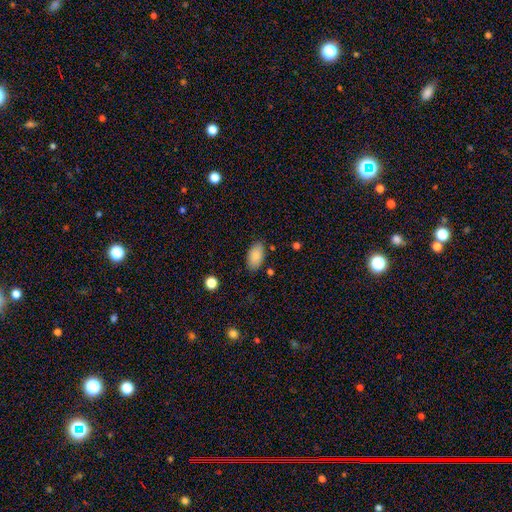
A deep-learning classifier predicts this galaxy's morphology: This appears to be a smooth galaxy with no disk features (87%) that is in between round and cigar-shaped (94%). Merging: none (83%).